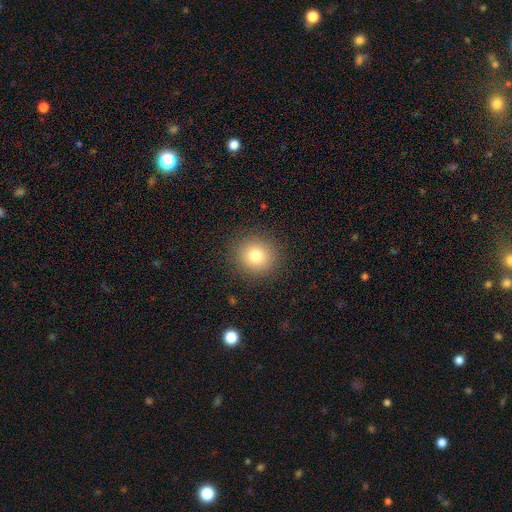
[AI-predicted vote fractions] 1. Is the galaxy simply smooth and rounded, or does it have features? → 78% smooth, 12% star or artifact, 9% featured or disk.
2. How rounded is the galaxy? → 90% round, 9% in between, 1% cigar-shaped.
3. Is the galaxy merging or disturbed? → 89% none, 7% minor disturbance, 3% major disturbance, 1% merger.